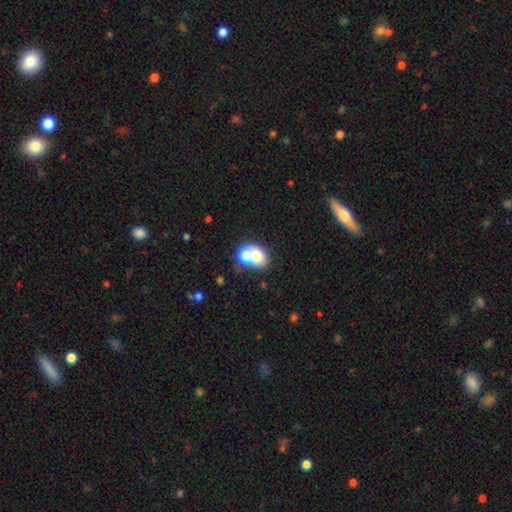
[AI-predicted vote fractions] smooth_or_featured: smooth (p=0.68) [alt: featured or disk p=0.20]
how_rounded: round (p=0.50) [alt: in between p=0.49]
merging: merger (p=0.59) [alt: none p=0.29]